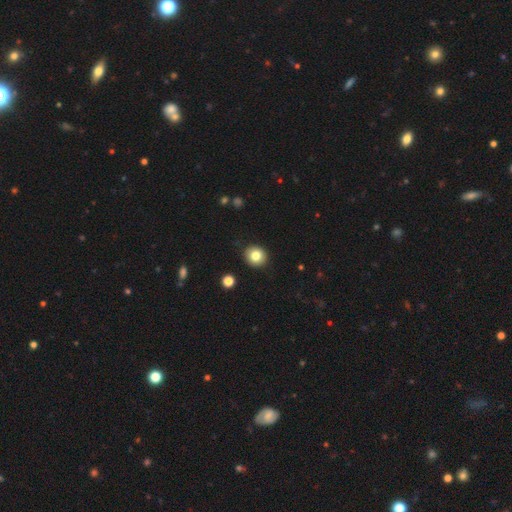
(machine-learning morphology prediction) smooth-or-featured: smooth: 82% | star or artifact: 10% | featured or disk: 8%
  how-rounded: round: 84% | in between: 16% | cigar-shaped: 1%
  merging: none: 90% | minor disturbance: 7% | major disturbance: 2% | merger: 1%